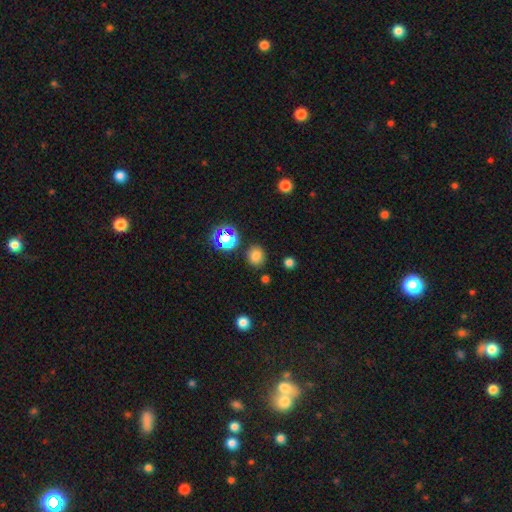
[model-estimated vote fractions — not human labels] Smooth or featured? smooth (75%)
How rounded? round (78%)
Merging? none (85%)